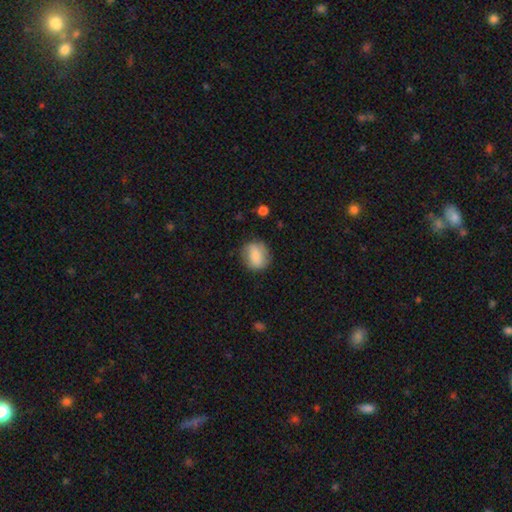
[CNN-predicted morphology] smooth 75%, featured or disk 18%, star or artifact 7%. Down the decision tree: how rounded — round (70%); merging — none (78%).